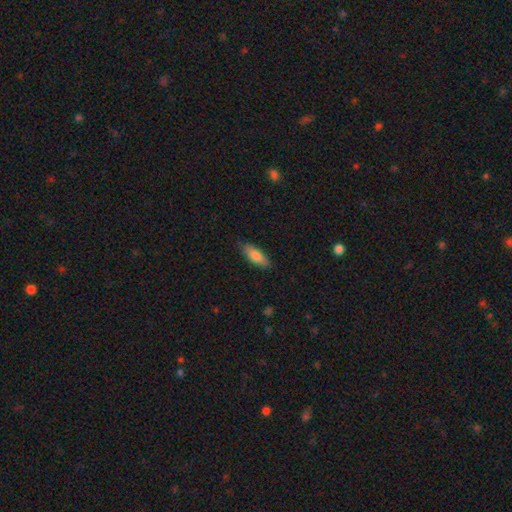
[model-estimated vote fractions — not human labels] Smooth or featured?
  - smooth: 79% *
  - featured or disk: 15%
  - star or artifact: 6%
How rounded?
  - in between: 64% *
  - cigar-shaped: 33%
  - round: 2%
Merging?
  - none: 82% *
  - minor disturbance: 15%
  - major disturbance: 2%
  - merger: 1%